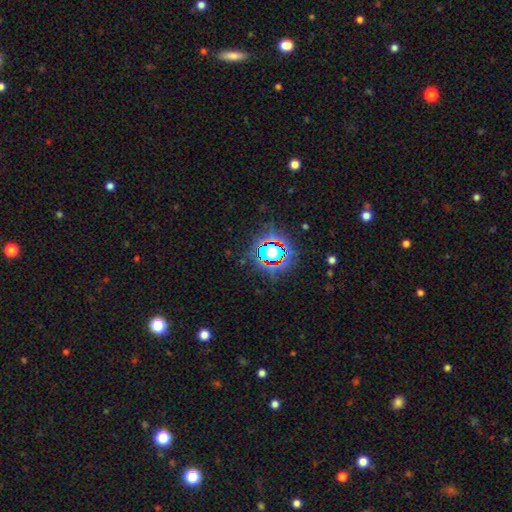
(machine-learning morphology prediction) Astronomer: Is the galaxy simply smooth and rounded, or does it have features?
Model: star or artifact — 81%.